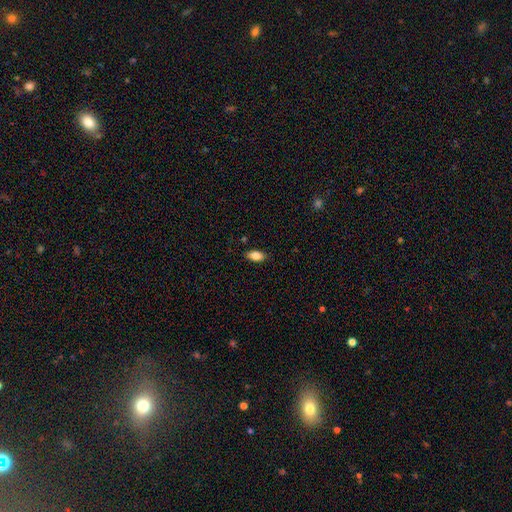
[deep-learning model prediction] Q: Smooth or featured?
A: smooth (85%); runner-up: star or artifact (8%)
Q: How rounded?
A: in between (89%); runner-up: cigar-shaped (7%)
Q: Merging?
A: none (86%); runner-up: minor disturbance (10%)